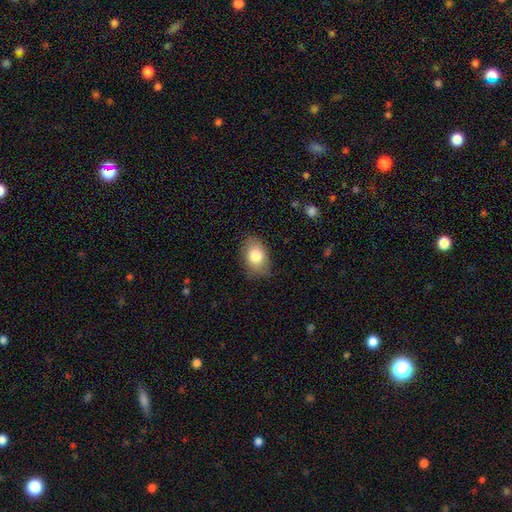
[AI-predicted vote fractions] The model was most divided on "merging": none: 80%, minor disturbance: 16%, major disturbance: 3%, merger: 1%. More confident: how rounded — in between (84%); smooth or featured — smooth (81%).